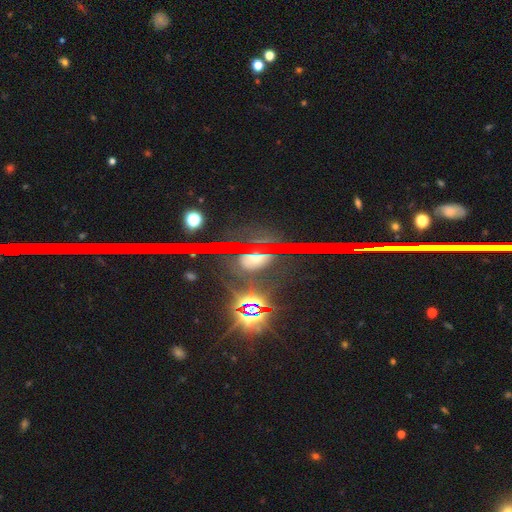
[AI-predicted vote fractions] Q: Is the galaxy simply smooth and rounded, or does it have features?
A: star or artifact — 61%.